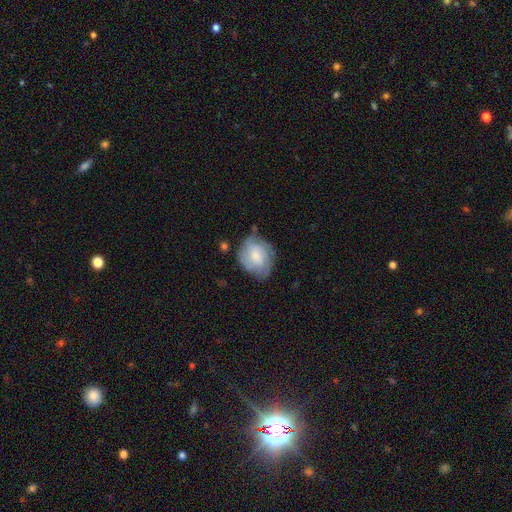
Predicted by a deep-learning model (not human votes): Smooth or featured? smooth (47%)
Merging? none (59%)